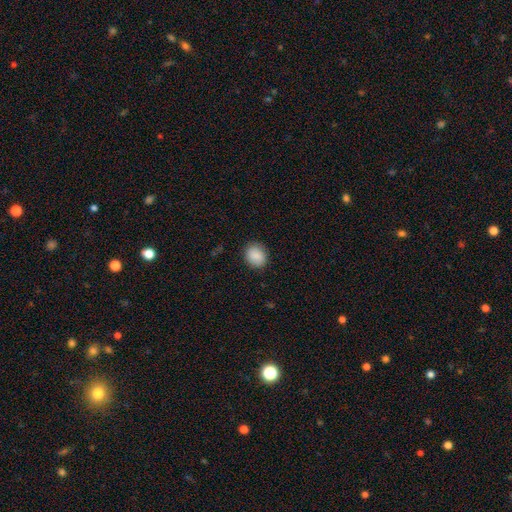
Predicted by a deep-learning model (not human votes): smooth 89%, star or artifact 7%, featured or disk 4%. Down the decision tree: how rounded — round (67%); merging — none (88%).